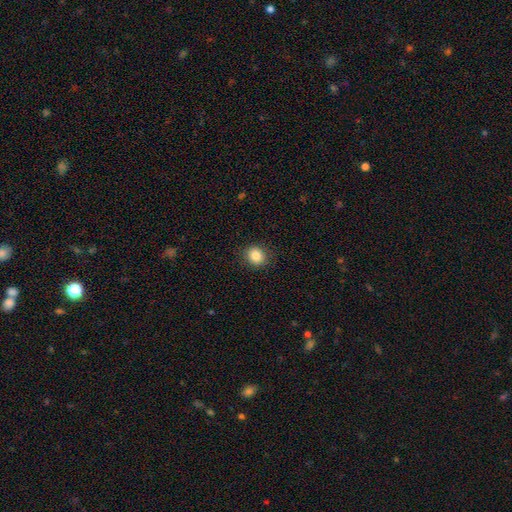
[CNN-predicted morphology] smooth-or-featured: smooth: 85% | star or artifact: 10% | featured or disk: 5%
  how-rounded: round: 79% | in between: 20% | cigar-shaped: 1%
  merging: none: 89% | minor disturbance: 7% | major disturbance: 2% | merger: 1%